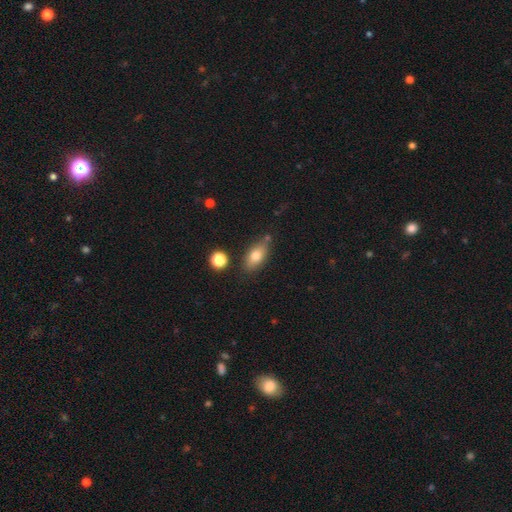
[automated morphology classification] Smooth or featured: smooth — 75% (featured or disk — 16%)
How rounded: in between — 83% (cigar-shaped — 11%)
Merging: none — 73% (minor disturbance — 16%)